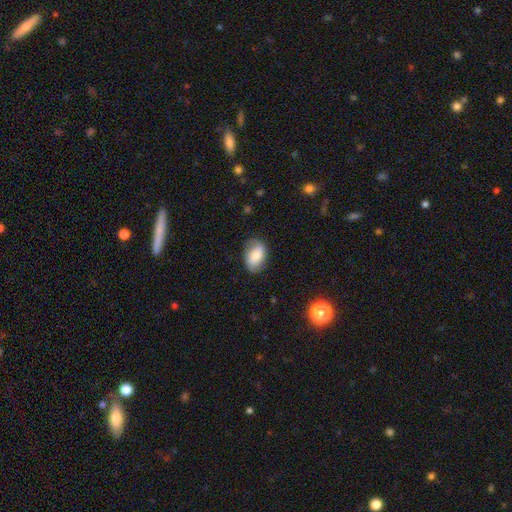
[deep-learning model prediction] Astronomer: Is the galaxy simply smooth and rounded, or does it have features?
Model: smooth — 75%.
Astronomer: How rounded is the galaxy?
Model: in between — 88%.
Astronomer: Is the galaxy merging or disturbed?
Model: none — 74%.